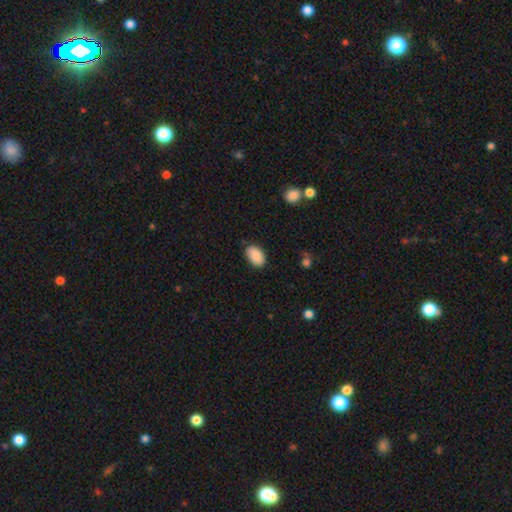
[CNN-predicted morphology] A smooth galaxy with no disk features (89%) that is in between round and cigar-shaped (91%). Merging: none (81%).